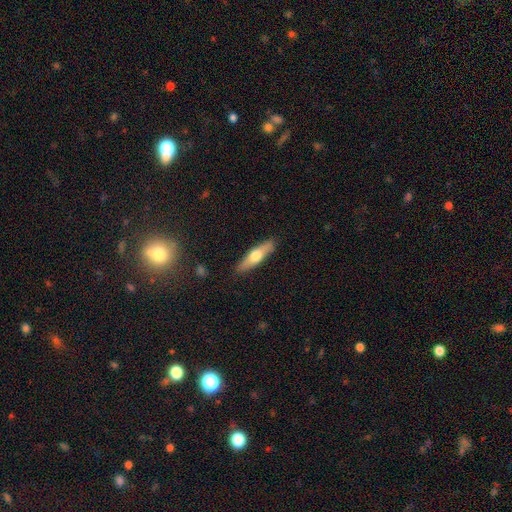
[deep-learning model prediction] Smooth or featured? Predicted: smooth (p=0.53). How rounded? Predicted: cigar-shaped (p=0.69). Merging? Predicted: none (p=0.88).